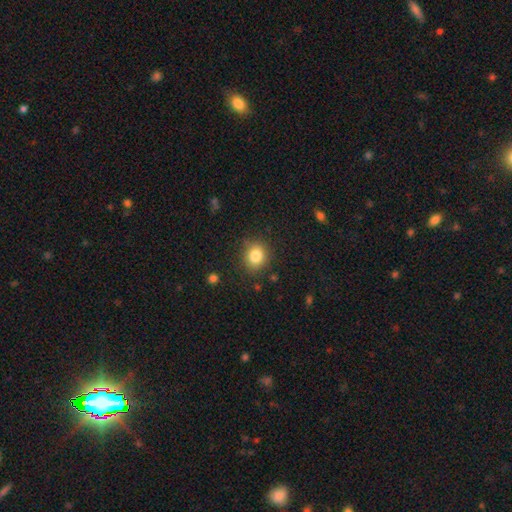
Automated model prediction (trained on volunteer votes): Smooth or featured? smooth (83%)
How rounded? round (72%)
Merging? none (86%)